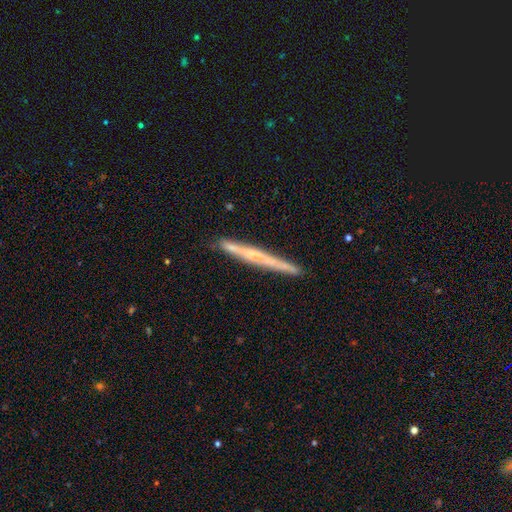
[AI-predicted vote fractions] Smooth or featured?
  - featured or disk: 61% *
  - smooth: 32%
  - star or artifact: 7%
Edge-on disk?
  - yes: 96% *
  - no: 4%
Edge-on bulge?
  - none: 65% *
  - rounded: 30%
  - boxy: 6%
Merging?
  - none: 86% *
  - minor disturbance: 10%
  - merger: 2%
  - major disturbance: 2%